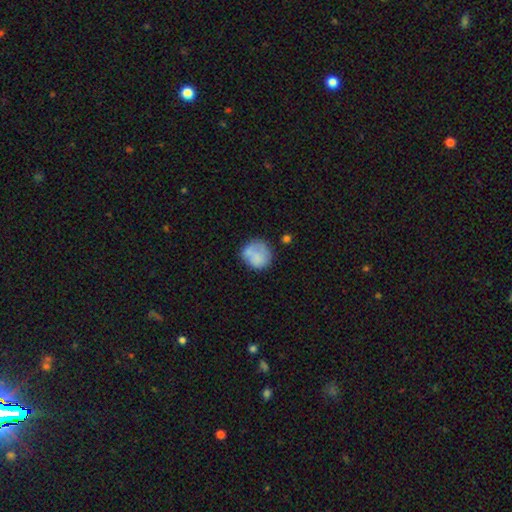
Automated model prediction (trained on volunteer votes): smooth_or_featured: smooth (p=0.71) [alt: featured or disk p=0.21]
how_rounded: round (p=0.83) [alt: in between p=0.16]
merging: none (p=0.55) [alt: minor disturbance p=0.24]